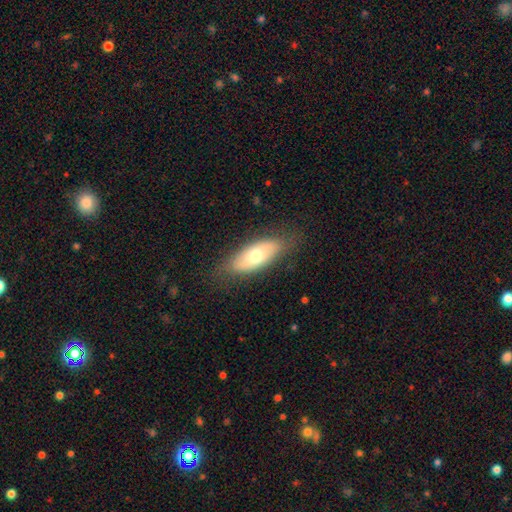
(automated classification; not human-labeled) smooth_or_featured: smooth (p=0.60) [alt: featured or disk p=0.33]
how_rounded: in between (p=0.81) [alt: cigar-shaped p=0.16]
merging: none (p=0.78) [alt: minor disturbance p=0.16]